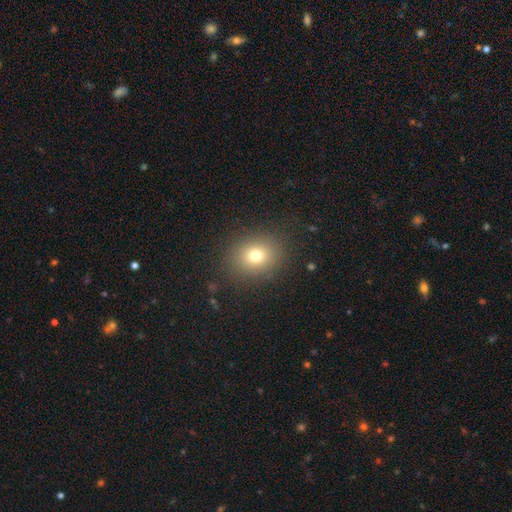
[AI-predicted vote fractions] Overall: smooth (74%). How rounded: round (65%; in between 35%). Merging: none (85%).